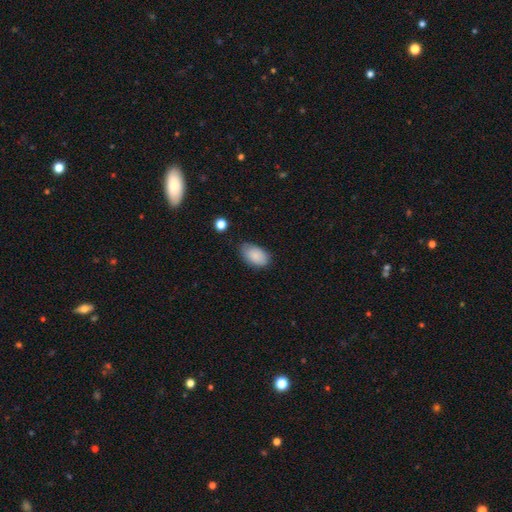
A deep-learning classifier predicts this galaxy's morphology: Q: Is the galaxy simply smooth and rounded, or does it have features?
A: smooth — 87%.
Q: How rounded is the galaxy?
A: in between — 93%.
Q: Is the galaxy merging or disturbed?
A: none — 72%.